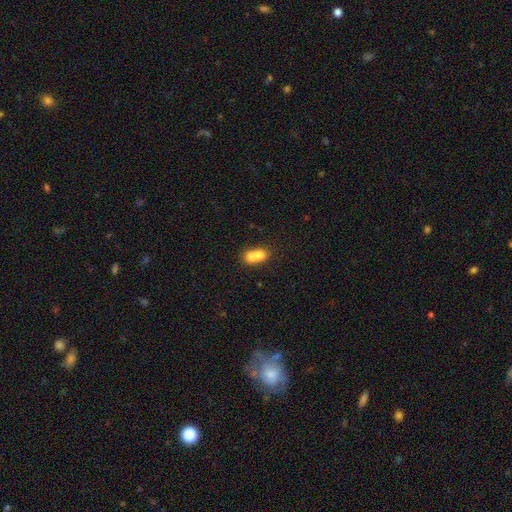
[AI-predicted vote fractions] This appears to be a smooth galaxy with no disk features (71%) that is in between round and cigar-shaped (60%). Merging: merger (67%).